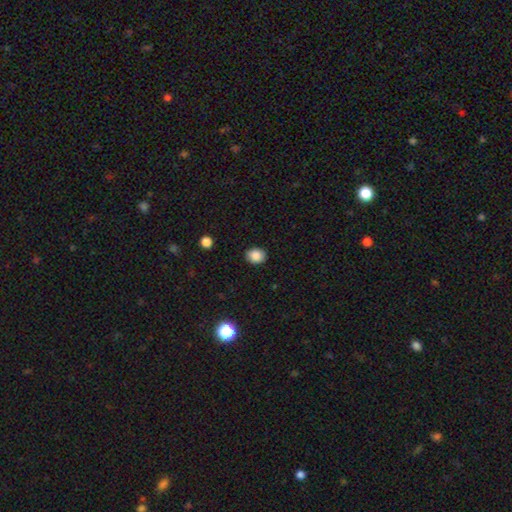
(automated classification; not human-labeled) smooth_or_featured: smooth (p=0.87) [alt: star or artifact p=0.09]
how_rounded: round (p=0.62) [alt: in between p=0.37]
merging: none (p=0.89) [alt: minor disturbance p=0.08]